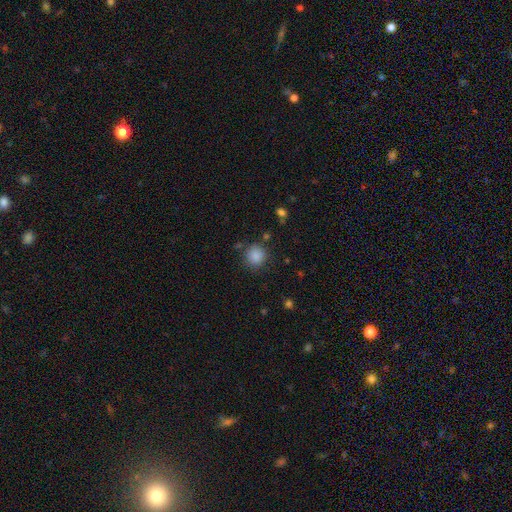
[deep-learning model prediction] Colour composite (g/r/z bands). It shows a smooth galaxy with no disk features (86%) that is round (89%). Merging: none (83%).